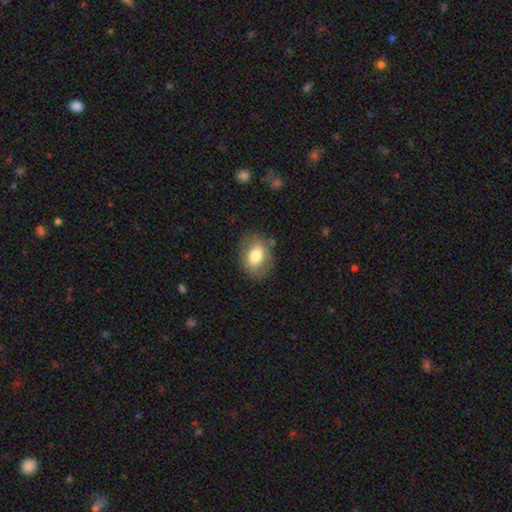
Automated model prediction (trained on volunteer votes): This is likely a smooth galaxy (74%). How rounded: likely in between (68%). Merging: clearly none (80%).